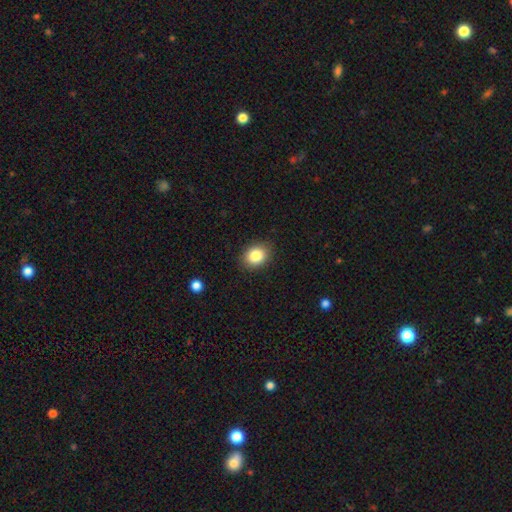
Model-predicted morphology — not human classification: The model was most divided on "how rounded": round: 50%, in between: 49%, cigar-shaped: 1%. More confident: merging — none (87%); smooth or featured — smooth (84%).